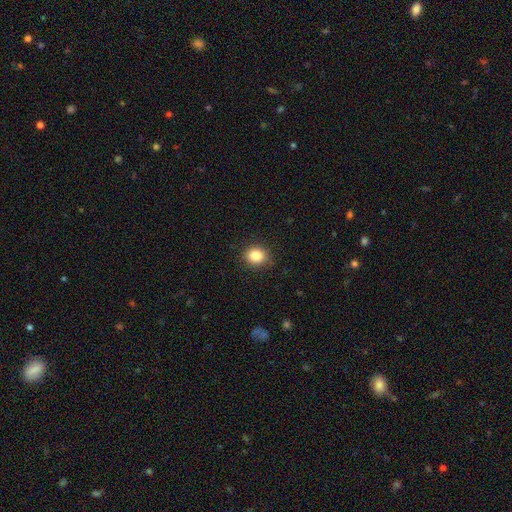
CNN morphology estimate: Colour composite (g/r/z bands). It shows a smooth galaxy with no disk features (85%) that is round (73%). Merging: none (89%).